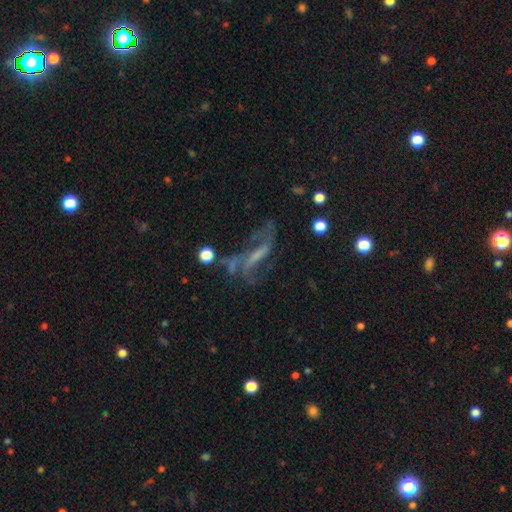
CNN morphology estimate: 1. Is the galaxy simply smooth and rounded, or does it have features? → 63% featured or disk, 19% smooth, 18% star or artifact.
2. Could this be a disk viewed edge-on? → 80% no, 20% yes.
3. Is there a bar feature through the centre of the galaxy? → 35% no, 33% weak, 32% strong.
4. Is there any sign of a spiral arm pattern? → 65% yes, 35% no.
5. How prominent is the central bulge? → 46% none, 29% small, 19% moderate, 4% large, 2% dominant.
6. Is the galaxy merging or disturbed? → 37% none, 36% major disturbance, 17% minor disturbance, 10% merger.